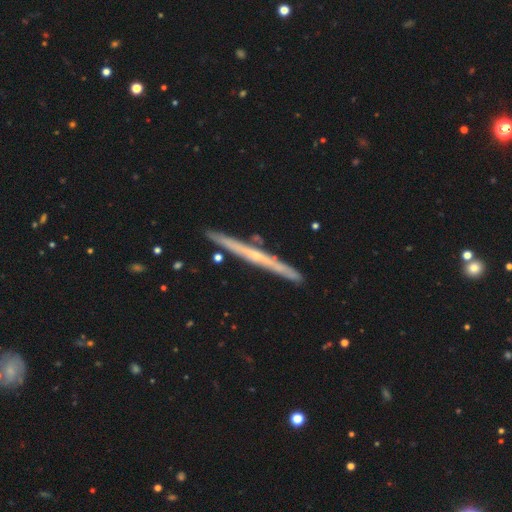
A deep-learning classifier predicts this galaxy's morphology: Smooth or featured? Predicted: featured or disk (p=0.72). Edge-on disk? Predicted: yes (p=0.97). Edge-on bulge? Predicted: none (p=0.55). Merging? Predicted: none (p=0.88).